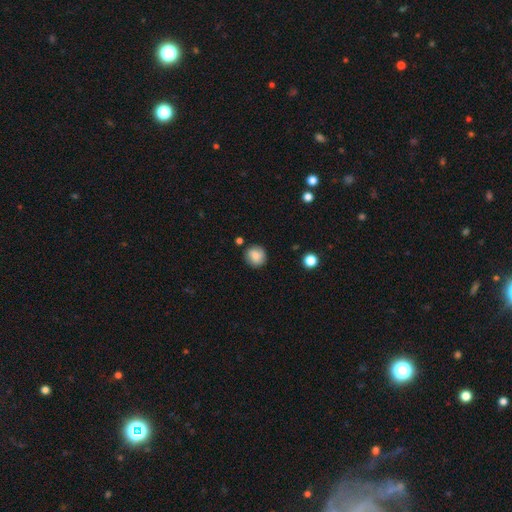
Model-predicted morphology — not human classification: The model was most divided on "smooth or featured": smooth: 81%, featured or disk: 10%, star or artifact: 9%. More confident: how rounded — round (87%); merging — none (83%).